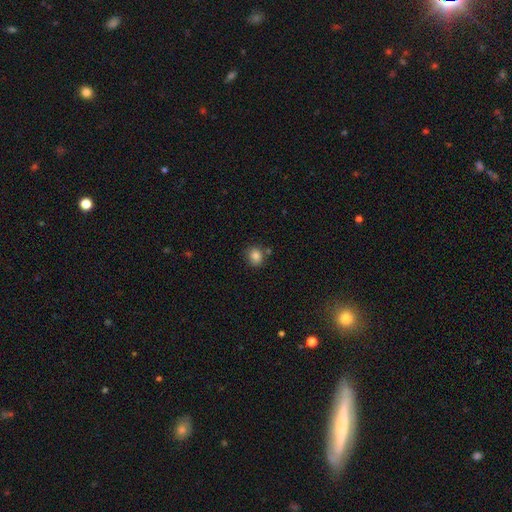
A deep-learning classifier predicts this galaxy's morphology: type=smooth (84%); roundness=round (69%); merging=none (75%).